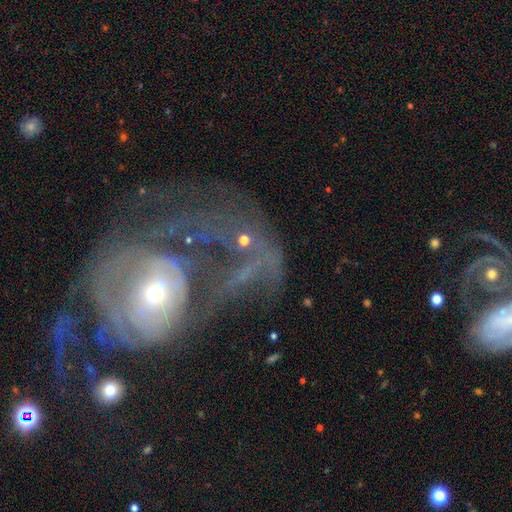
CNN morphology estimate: type=featured or disk (66%); edge-on=no (95%); bar=no (73%); spiral arms=yes (55%); bulge=moderate (45%, tied with small); merging=major disturbance (45%).